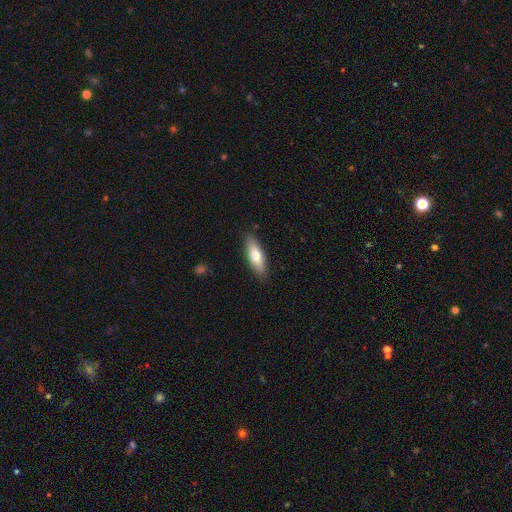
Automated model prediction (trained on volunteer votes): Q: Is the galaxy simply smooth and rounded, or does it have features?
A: smooth — 70%.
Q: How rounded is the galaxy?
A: in between — 59%.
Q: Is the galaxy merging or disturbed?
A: none — 88%.